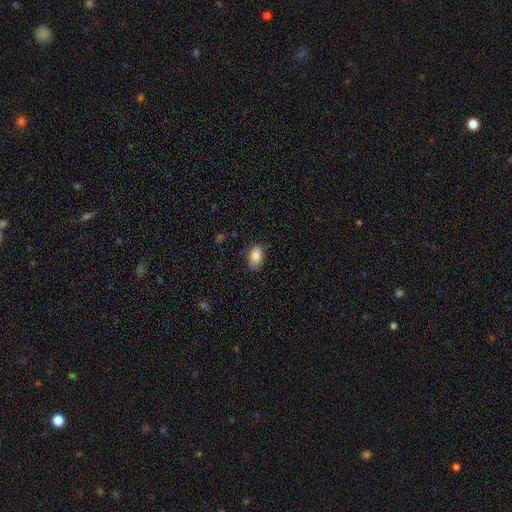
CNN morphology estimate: smooth-or-featured: smooth: 87% | star or artifact: 8% | featured or disk: 6%
  how-rounded: in between: 90% | round: 9% | cigar-shaped: 1%
  merging: none: 69% | minor disturbance: 25% | major disturbance: 5% | merger: 1%